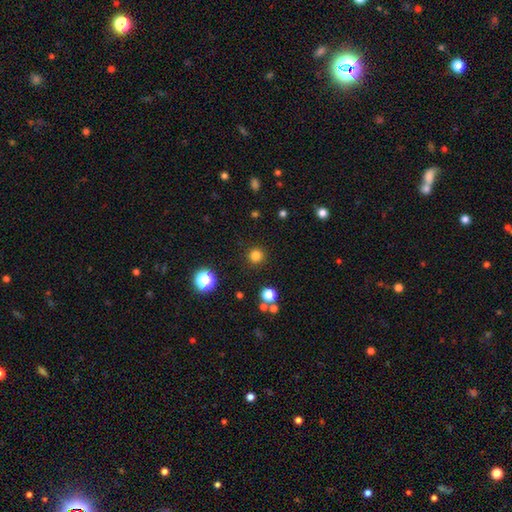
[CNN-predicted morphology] type=smooth (81%); roundness=round (95%); merging=none (91%).